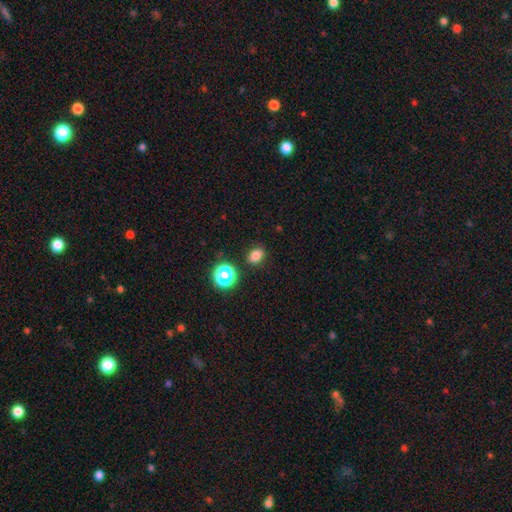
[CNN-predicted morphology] This is clearly a smooth galaxy (80%). How rounded: likely in between (61%). Merging: clearly none (85%).